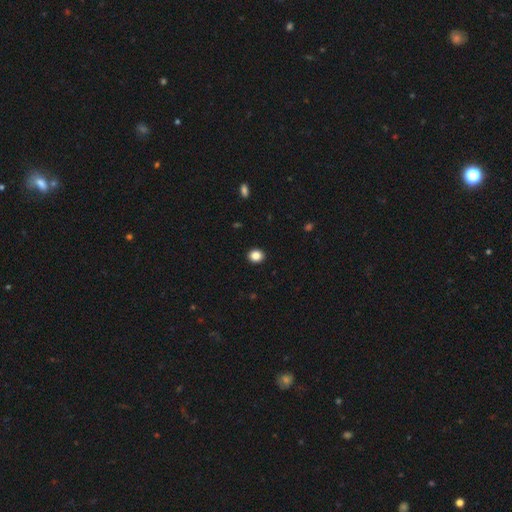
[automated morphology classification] This appears to be a smooth galaxy with no disk features (86%) that is round (77%). Merging: none (93%).